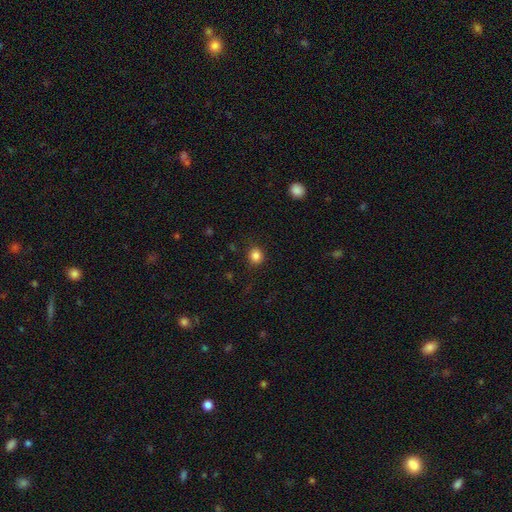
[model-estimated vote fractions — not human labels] Overall: smooth (85%). How rounded: round (85%). Merging: none (88%).